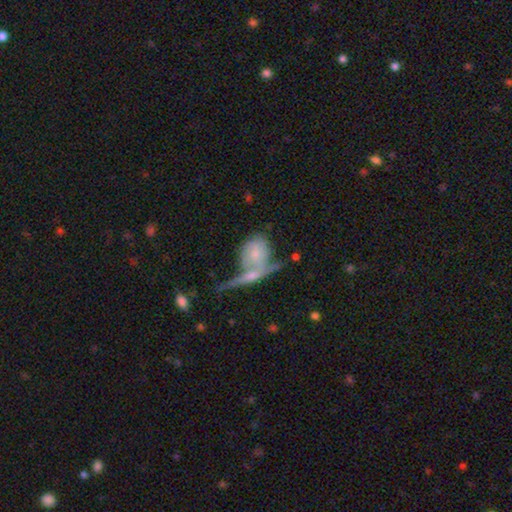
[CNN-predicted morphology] Smooth or featured: smooth — 52% (featured or disk — 40%)
How rounded: in between — 52% (round — 42%)
Merging: merger — 50% (none — 27%)